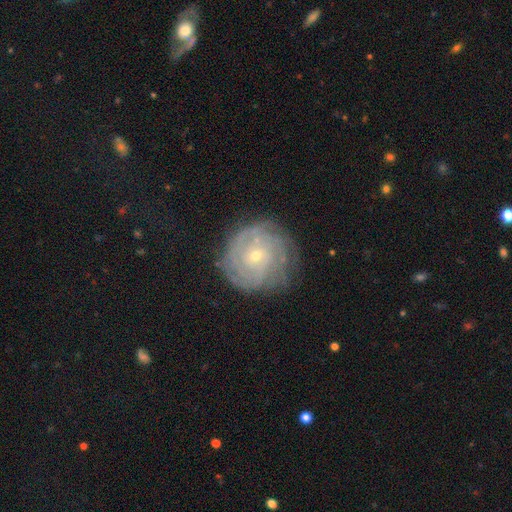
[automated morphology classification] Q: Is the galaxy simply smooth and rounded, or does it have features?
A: featured or disk — 79%.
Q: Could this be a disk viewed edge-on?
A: no — 97%.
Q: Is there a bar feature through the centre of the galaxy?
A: no — 73%.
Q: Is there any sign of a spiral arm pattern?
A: yes — 92%.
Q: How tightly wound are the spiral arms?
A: tight — 82%.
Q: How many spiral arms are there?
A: can't tell — 44%.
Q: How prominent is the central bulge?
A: small — 67%.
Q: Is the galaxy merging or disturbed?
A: none — 77%.